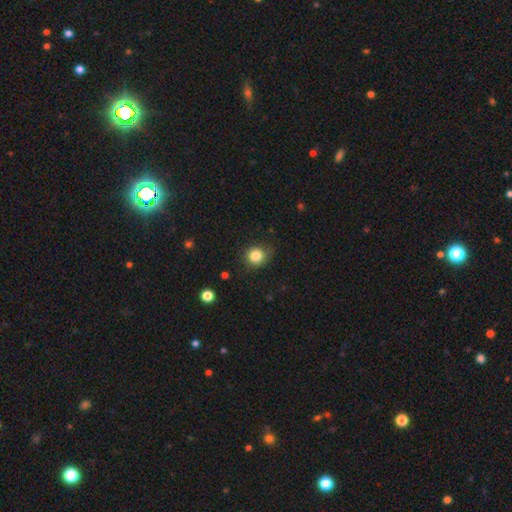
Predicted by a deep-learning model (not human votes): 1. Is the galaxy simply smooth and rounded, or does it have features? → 83% smooth, 10% star or artifact, 6% featured or disk.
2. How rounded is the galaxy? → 82% round, 17% in between, 1% cigar-shaped.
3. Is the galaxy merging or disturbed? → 74% none, 19% minor disturbance, 6% major disturbance, 1% merger.